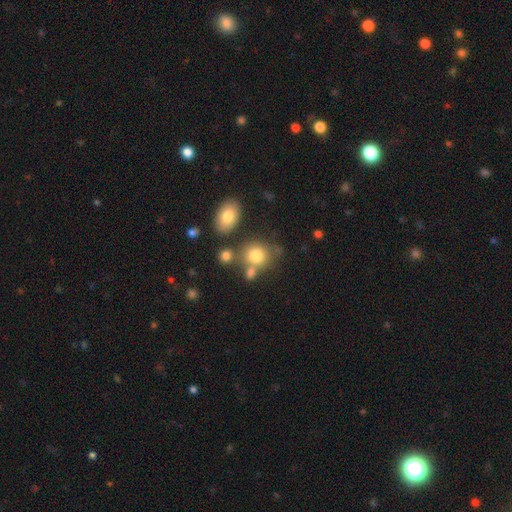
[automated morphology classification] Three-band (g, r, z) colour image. It shows a smooth galaxy with no disk features (77%) that is round (68%). Merging: none (59%).